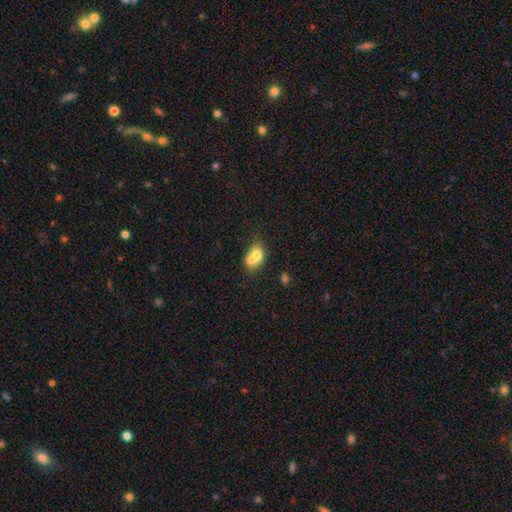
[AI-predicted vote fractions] The model was most divided on "how rounded": in between: 60%, round: 38%, cigar-shaped: 2%. More confident: smooth or featured — smooth (69%); merging — merger (59%).